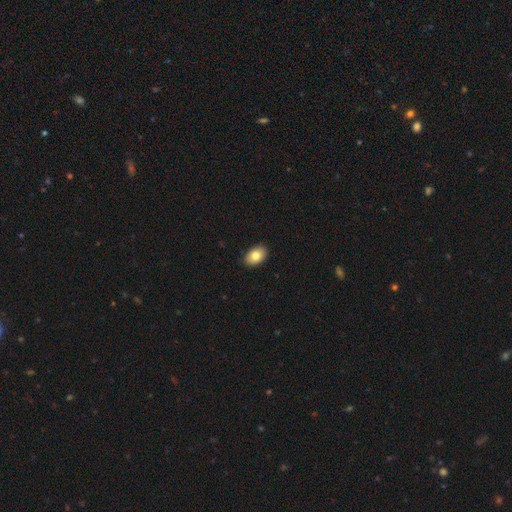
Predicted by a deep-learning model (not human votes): A smooth galaxy with no disk features (81%) that is in between round and cigar-shaped (88%).

Vote fractions:
- Smooth or featured? smooth: 81% / featured or disk: 11% / star or artifact: 7%
- How rounded? in between: 88% / round: 11% / cigar-shaped: 1%
- Merging? none: 90% / minor disturbance: 7% / major disturbance: 2% / merger: 1%